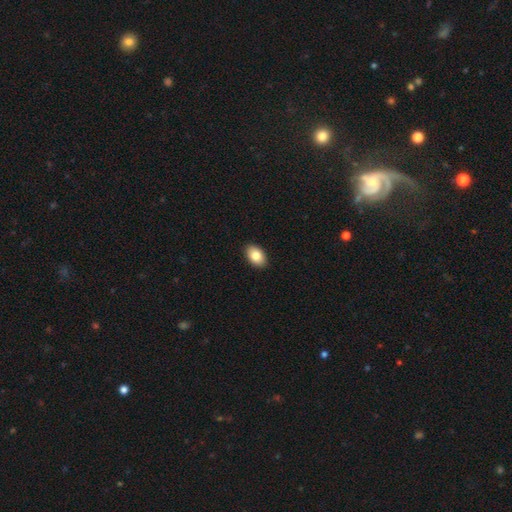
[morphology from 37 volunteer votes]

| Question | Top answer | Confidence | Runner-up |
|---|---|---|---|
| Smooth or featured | smooth | 81% | featured or disk (11%) |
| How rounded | in between | 93% | round (7%) |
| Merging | none | 97% | major disturbance (3%) |